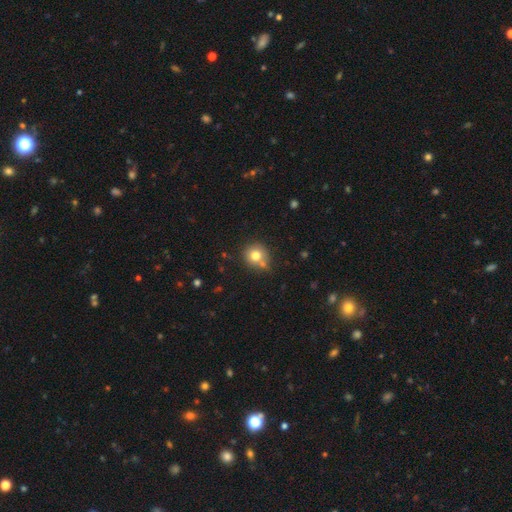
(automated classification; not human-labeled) The model was most divided on "merging": none: 68%, merger: 16%, minor disturbance: 13%, major disturbance: 4%. More confident: how rounded — round (90%); smooth or featured — smooth (77%).